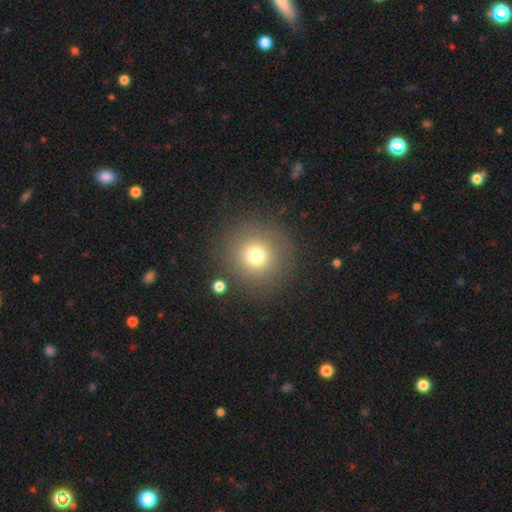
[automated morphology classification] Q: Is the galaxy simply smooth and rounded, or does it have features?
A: smooth — 73%.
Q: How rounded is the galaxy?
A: round — 94%.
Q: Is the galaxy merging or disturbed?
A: none — 85%.